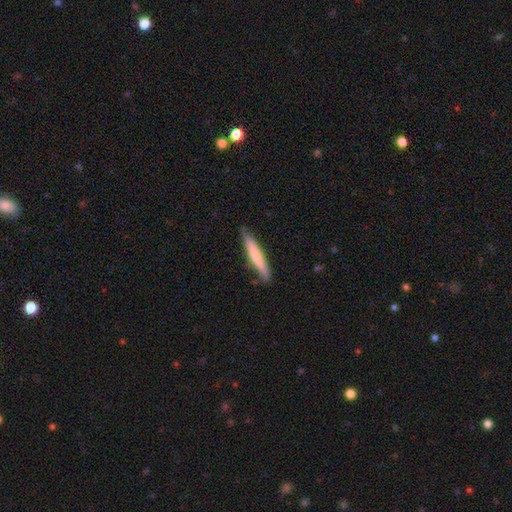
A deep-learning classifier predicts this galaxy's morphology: The model was most divided on "smooth or featured": smooth: 63%, featured or disk: 32%, star or artifact: 5%. More confident: how rounded — cigar-shaped (93%); merging — none (80%).